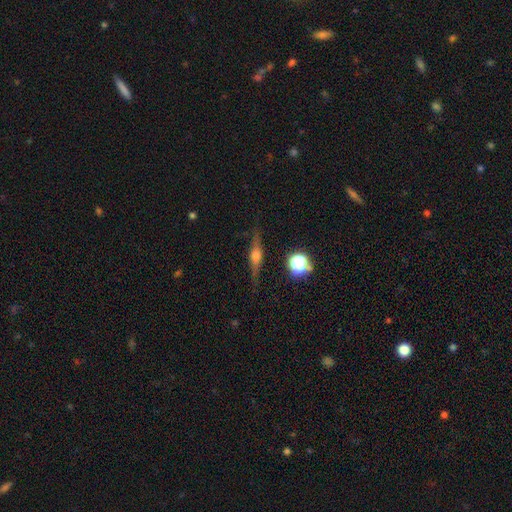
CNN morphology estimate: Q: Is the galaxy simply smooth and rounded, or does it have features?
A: featured or disk — 72%.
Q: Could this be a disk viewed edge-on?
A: yes — 96%.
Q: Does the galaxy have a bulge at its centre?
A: rounded — 89%.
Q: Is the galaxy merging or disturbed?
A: none — 86%.